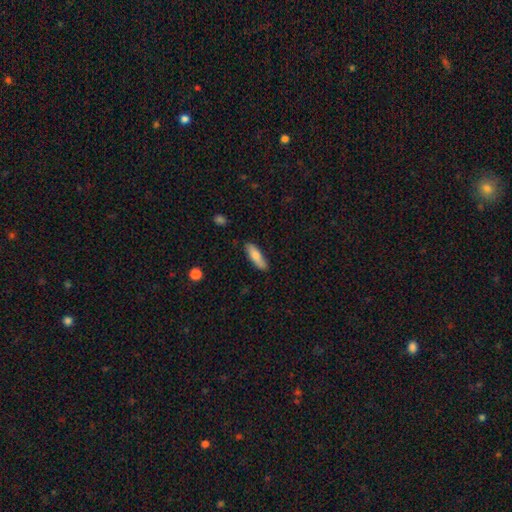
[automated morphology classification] Overall: smooth (78%). How rounded: cigar-shaped (55%; in between 43%). Merging: none (83%).